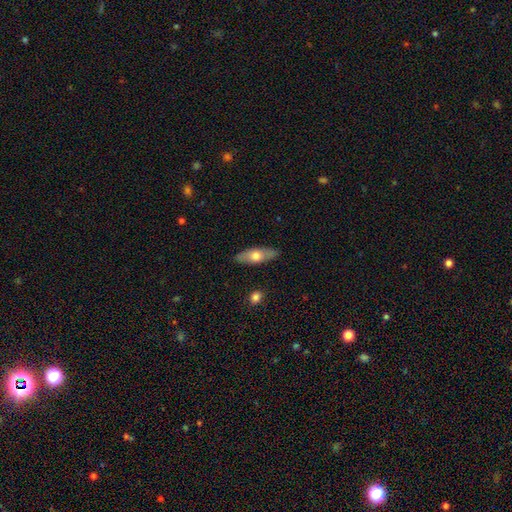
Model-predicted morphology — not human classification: A smooth galaxy with no disk features (57%) that is in between round and cigar-shaped (60%).

Vote fractions:
- Smooth or featured? smooth: 57% / featured or disk: 38% / star or artifact: 6%
- How rounded? in between: 60% / cigar-shaped: 36% / round: 3%
- Merging? none: 86% / minor disturbance: 11% / major disturbance: 2% / merger: 1%